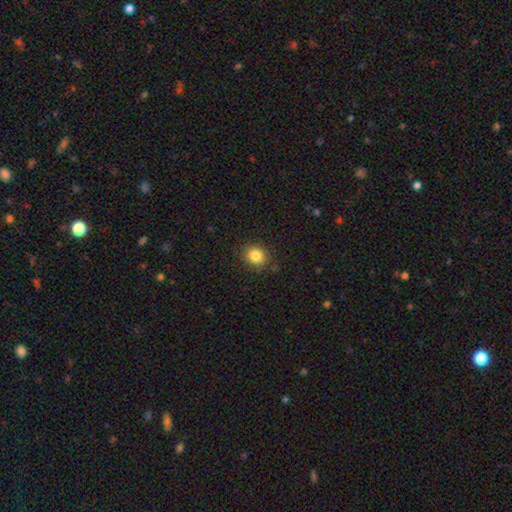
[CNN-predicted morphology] Q: Smooth or featured?
A: smooth (84%); runner-up: star or artifact (11%)
Q: How rounded?
A: round (72%); runner-up: in between (27%)
Q: Merging?
A: none (87%); runner-up: minor disturbance (9%)